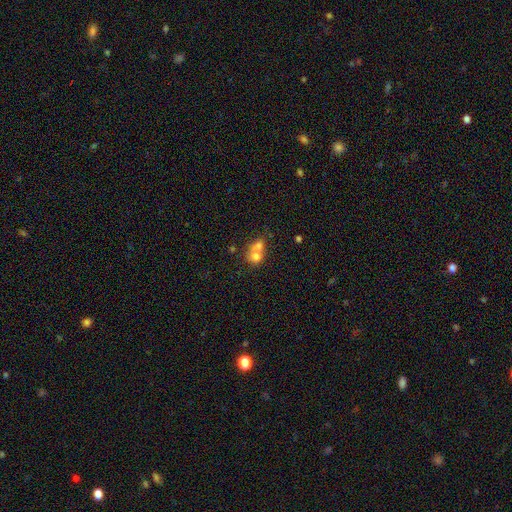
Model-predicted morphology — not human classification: This is likely a smooth galaxy (68%). How rounded: likely round (70%). Merging: likely merger (70%).